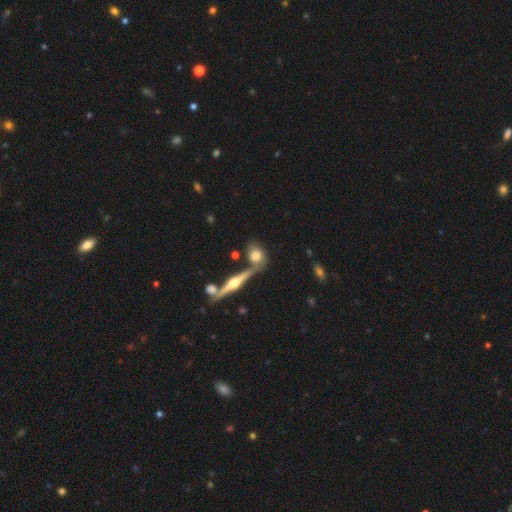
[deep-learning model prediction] Morphology: type=smooth (56%); roundness=round (58%); merging=none (62%).